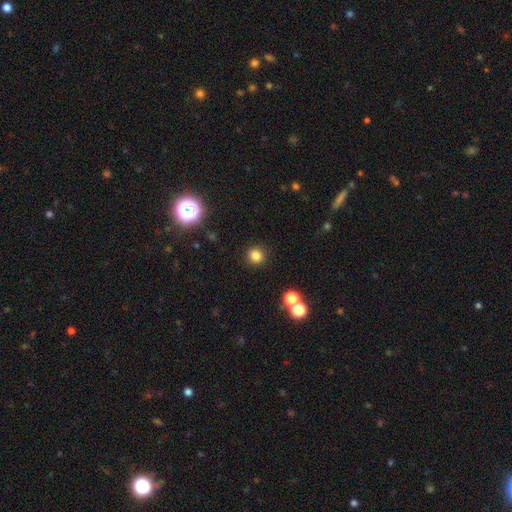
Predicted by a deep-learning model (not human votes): A smooth galaxy with no disk features (81%) that is round (88%). Merging: none (89%).